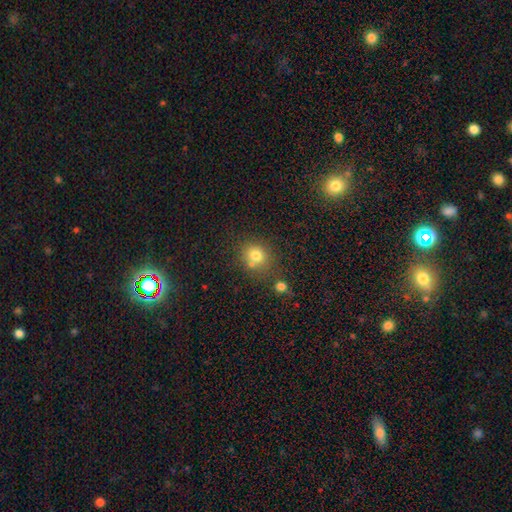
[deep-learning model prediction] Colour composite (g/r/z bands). It shows a smooth galaxy with no disk features (76%) that is round (80%). Merging: none (63%).